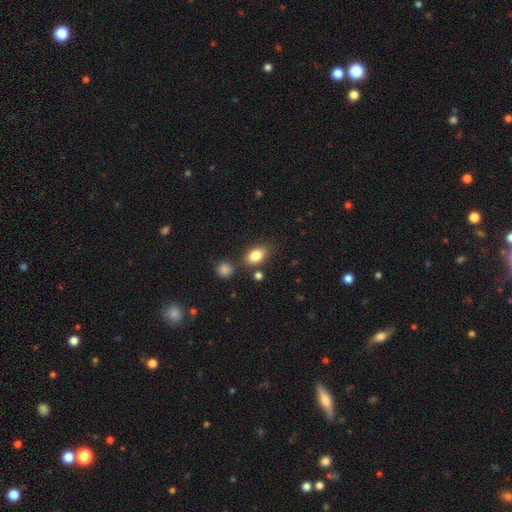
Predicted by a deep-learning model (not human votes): A smooth galaxy with no disk features (83%) that is in between round and cigar-shaped (86%).

Vote fractions:
- Smooth or featured? smooth: 83% / star or artifact: 9% / featured or disk: 8%
- How rounded? in between: 86% / round: 12% / cigar-shaped: 3%
- Merging? none: 75% / minor disturbance: 14% / merger: 8% / major disturbance: 4%